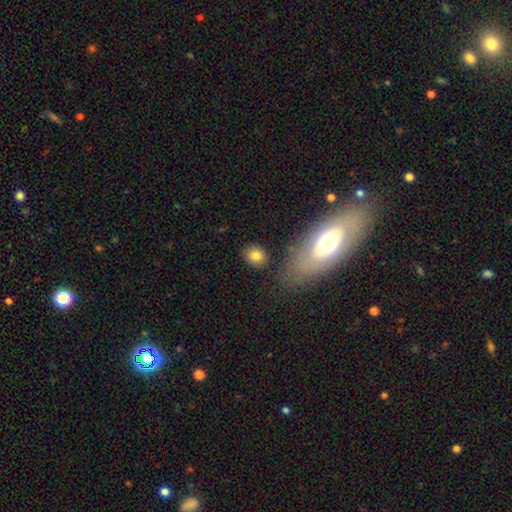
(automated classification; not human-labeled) This is clearly a smooth galaxy (81%). How rounded: likely round (65%). Merging: clearly none (83%).